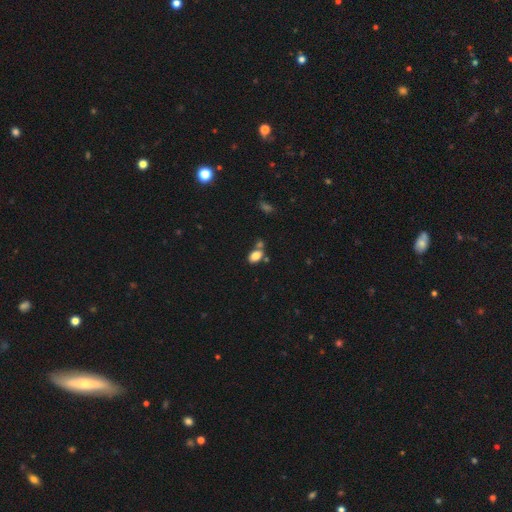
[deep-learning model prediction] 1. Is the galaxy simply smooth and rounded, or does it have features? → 82% smooth, 10% star or artifact, 8% featured or disk.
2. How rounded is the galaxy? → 86% in between, 13% round, 2% cigar-shaped.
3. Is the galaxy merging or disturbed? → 54% none, 28% merger, 14% minor disturbance, 5% major disturbance.